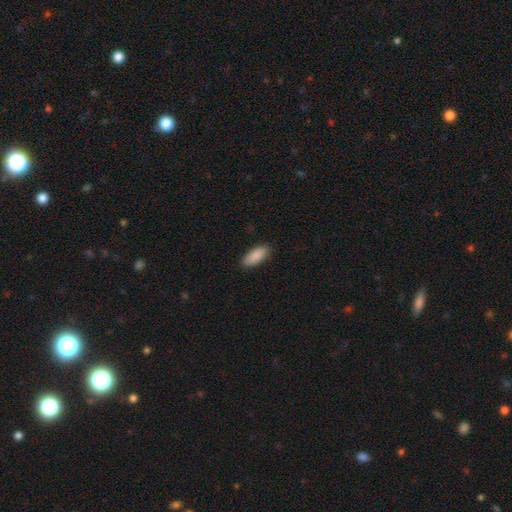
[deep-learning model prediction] Overall: smooth (90%). How rounded: in between (80%). Merging: none (88%).